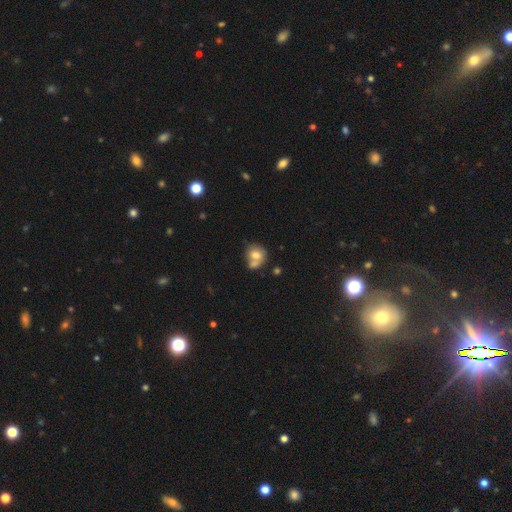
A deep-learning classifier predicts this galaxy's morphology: smooth-or-featured: smooth: 73% | featured or disk: 18% | star or artifact: 9%
  how-rounded: round: 74% | in between: 25% | cigar-shaped: 1%
  merging: merger: 45% | none: 37% | minor disturbance: 13% | major disturbance: 5%